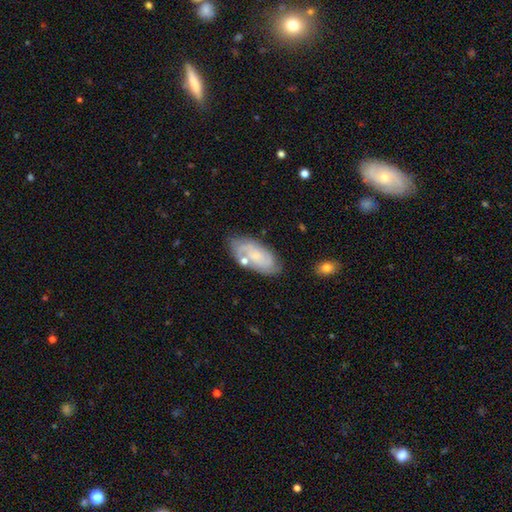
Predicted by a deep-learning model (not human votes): Smooth or featured?
  - featured or disk: 64% *
  - smooth: 29%
  - star or artifact: 7%
Edge-on disk?
  - no: 94% *
  - yes: 6%
Bar?
  - no: 66% *
  - weak: 29%
  - strong: 5%
Spiral arms?
  - yes: 88% *
  - no: 12%
Spiral winding?
  - tight: 51% *
  - medium: 36%
  - loose: 13%
Spiral arm count?
  - 2: 48% *
  - can't tell: 31%
  - 3: 11%
  - 1: 4%
  - 4: 3%
  - more than 4: 3%
Bulge size?
  - small: 66% *
  - moderate: 19%
  - none: 12%
  - large: 2%
  - dominant: 1%
Merging?
  - none: 70% *
  - minor disturbance: 18%
  - merger: 7%
  - major disturbance: 5%